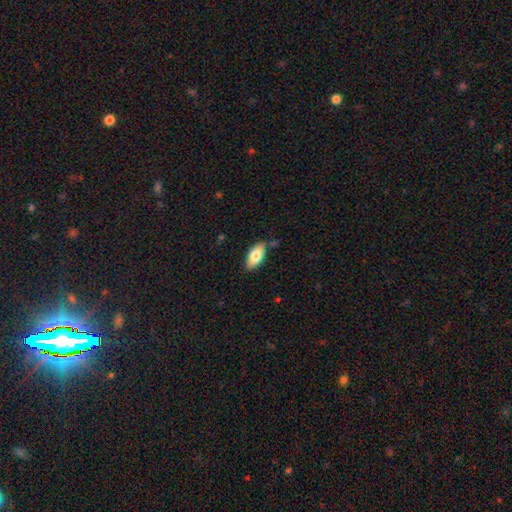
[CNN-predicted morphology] Q: Smooth or featured?
A: smooth (78%); runner-up: featured or disk (16%)
Q: How rounded?
A: in between (91%); runner-up: cigar-shaped (6%)
Q: Merging?
A: none (79%); runner-up: minor disturbance (15%)